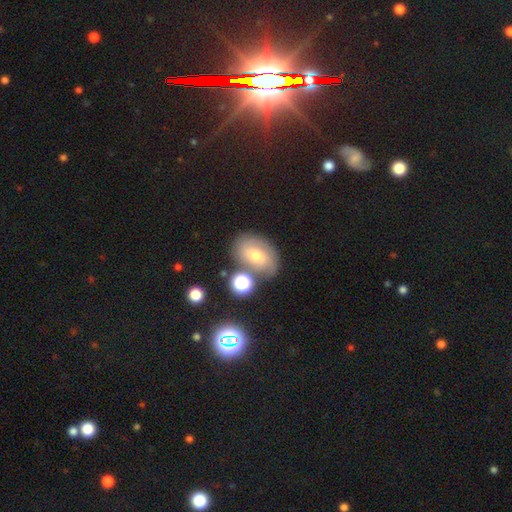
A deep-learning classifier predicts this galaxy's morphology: Q: Smooth or featured?
A: smooth (42%); tied with: featured or disk (42%)
Q: Merging?
A: none (65%); runner-up: minor disturbance (17%)